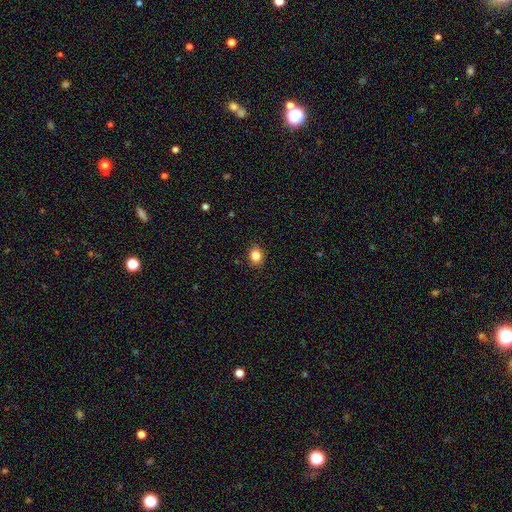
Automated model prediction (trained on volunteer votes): Overall: smooth (84%). How rounded: round (57%; in between 43%). Merging: none (89%).